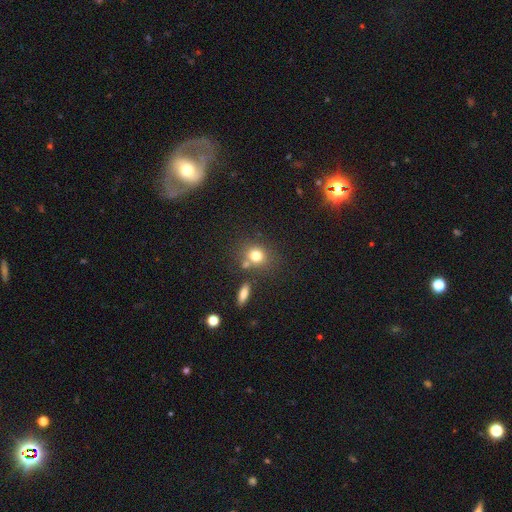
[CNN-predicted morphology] Smooth or featured? Predicted: smooth (p=0.76). How rounded? Predicted: round (p=0.75). Merging? Predicted: none (p=0.64).